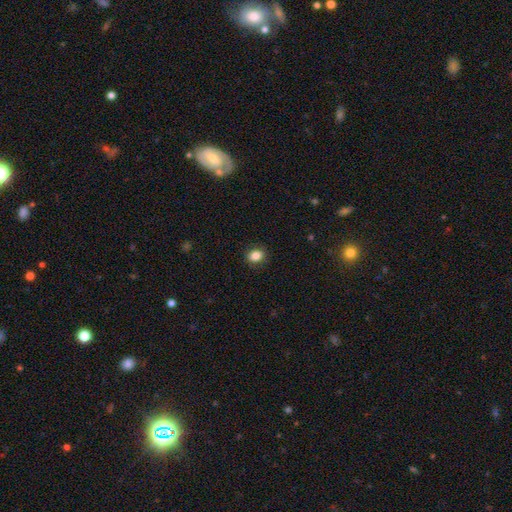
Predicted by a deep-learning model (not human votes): A smooth galaxy with no disk features (85%) that is in between round and cigar-shaped (54%).

Vote fractions:
- Smooth or featured? smooth: 85% / star or artifact: 10% / featured or disk: 5%
- How rounded? in between: 54% / round: 45% / cigar-shaped: 1%
- Merging? none: 87% / minor disturbance: 9% / major disturbance: 2% / merger: 1%